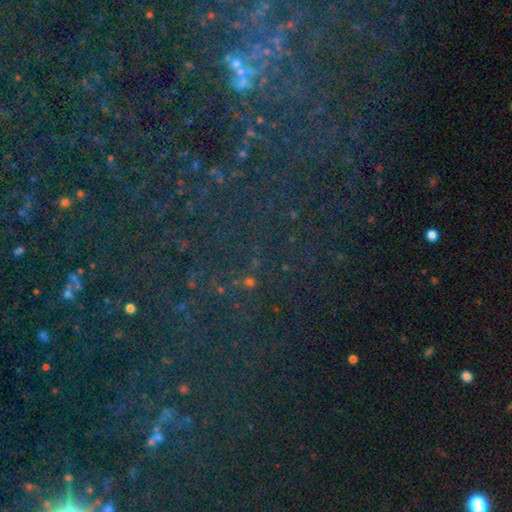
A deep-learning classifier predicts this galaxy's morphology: type=star or artifact (79%).